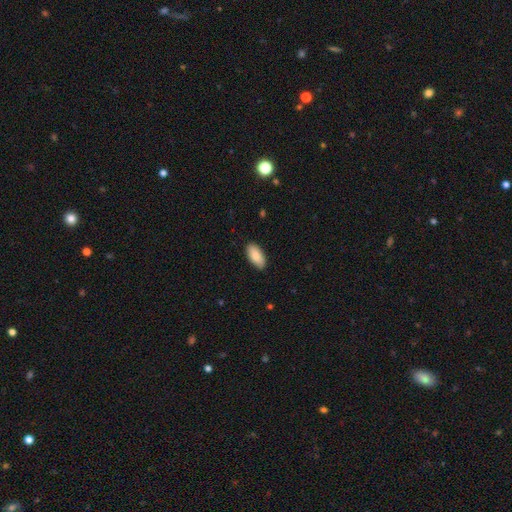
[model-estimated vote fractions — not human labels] Smooth or featured: smooth — 86% (featured or disk — 7%)
How rounded: in between — 92% (cigar-shaped — 6%)
Merging: none — 88% (minor disturbance — 9%)